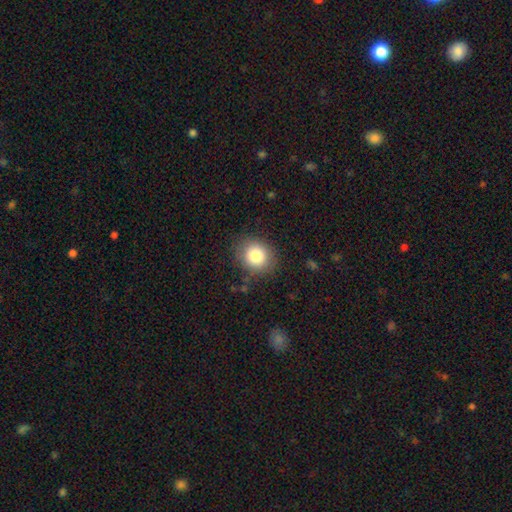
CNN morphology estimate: This appears to be a smooth galaxy with no disk features (82%) that is round (76%). Merging: none (84%).